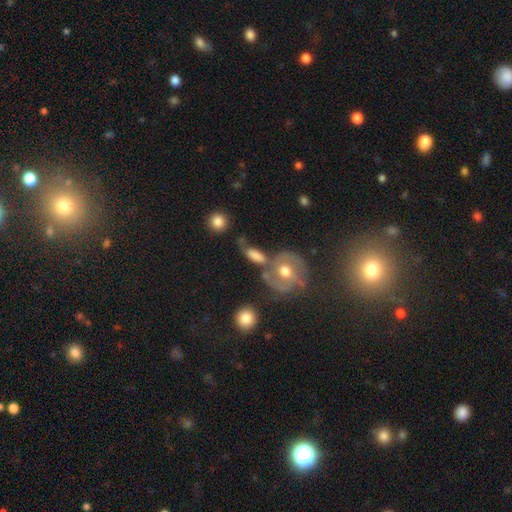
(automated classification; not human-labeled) The model was most divided on "merging": none: 39%, merger: 28%, minor disturbance: 20%, major disturbance: 13%. More confident: how rounded — in between (75%); smooth or featured — smooth (62%).